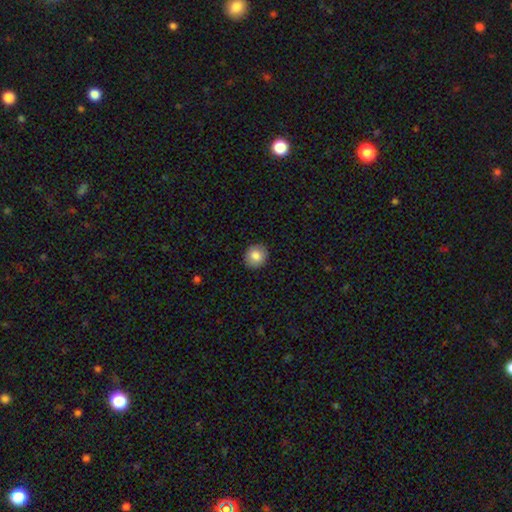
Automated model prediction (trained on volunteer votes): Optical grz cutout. It shows a smooth galaxy with no disk features (82%) that is round (85%). Merging: none (91%).